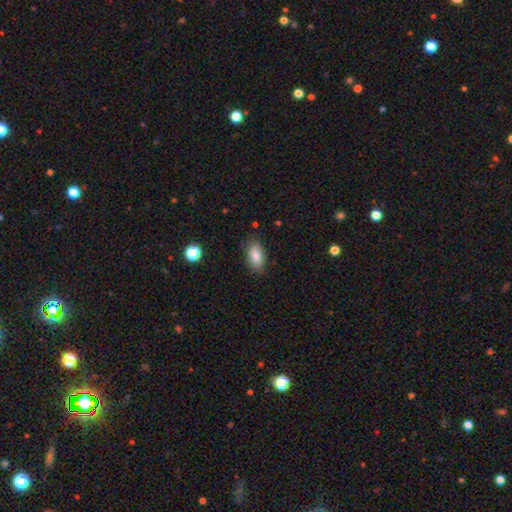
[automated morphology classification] Smooth or featured?
  - smooth: 84% *
  - featured or disk: 8%
  - star or artifact: 7%
How rounded?
  - in between: 90% *
  - cigar-shaped: 7%
  - round: 4%
Merging?
  - none: 82% *
  - minor disturbance: 14%
  - major disturbance: 3%
  - merger: 1%